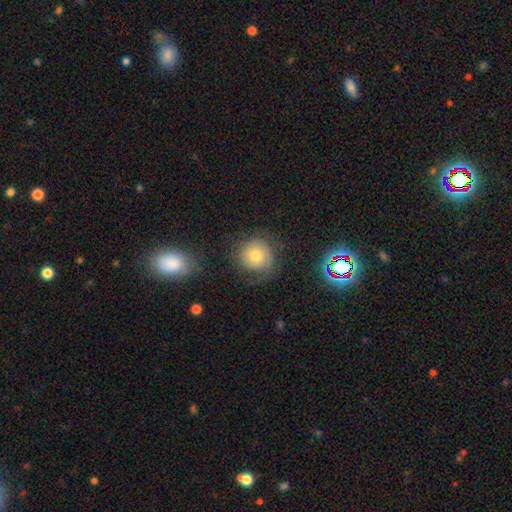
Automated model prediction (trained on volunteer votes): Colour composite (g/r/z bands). It shows a smooth galaxy with no disk features (56%) that is round (89%). Merging: none (67%).